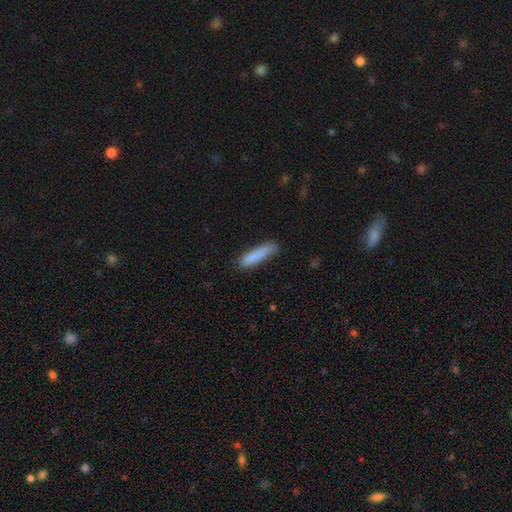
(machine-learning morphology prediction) This is clearly a smooth galaxy (85%). How rounded: clearly cigar-shaped (82%). Merging: likely none (76%).